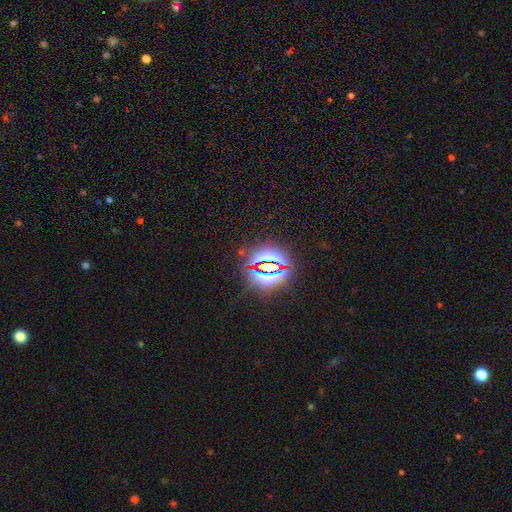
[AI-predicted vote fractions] Overall: star or artifact (85%).